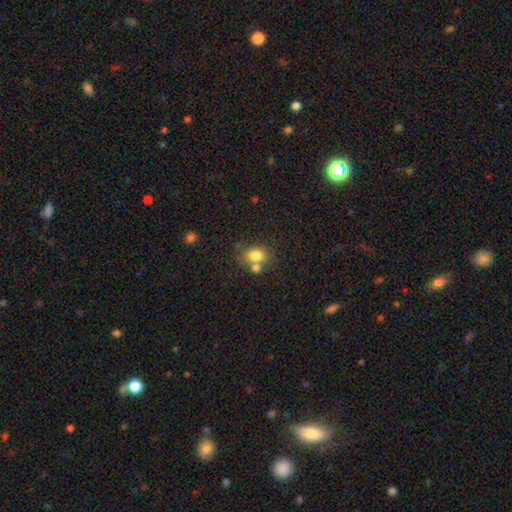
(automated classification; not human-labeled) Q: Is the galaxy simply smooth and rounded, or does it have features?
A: smooth — 78%.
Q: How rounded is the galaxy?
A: in between — 51%.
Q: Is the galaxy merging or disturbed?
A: none — 52%.